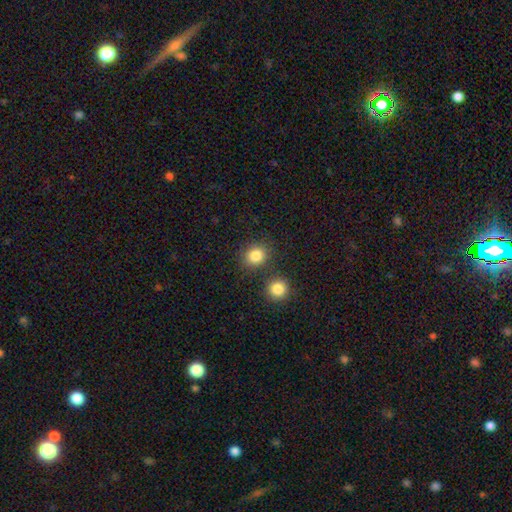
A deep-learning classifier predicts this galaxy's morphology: Smooth or featured?
  - smooth: 85% *
  - star or artifact: 10%
  - featured or disk: 5%
How rounded?
  - round: 76% *
  - in between: 23%
  - cigar-shaped: 1%
Merging?
  - none: 75% *
  - merger: 13%
  - minor disturbance: 9%
  - major disturbance: 3%